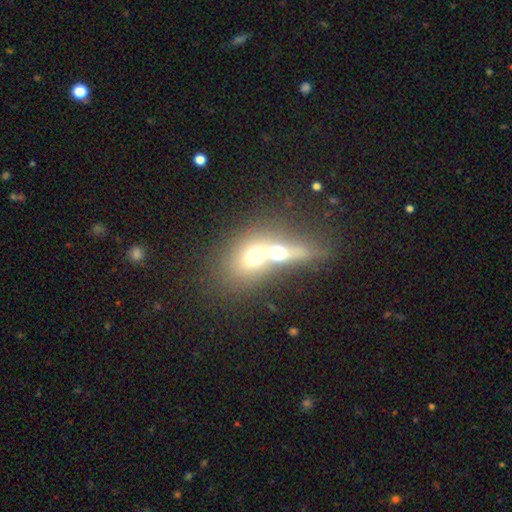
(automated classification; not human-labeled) The model was most divided on "how rounded": in between: 52%, round: 38%, cigar-shaped: 10%. More confident: merging — merger (71%); smooth or featured — smooth (55%).